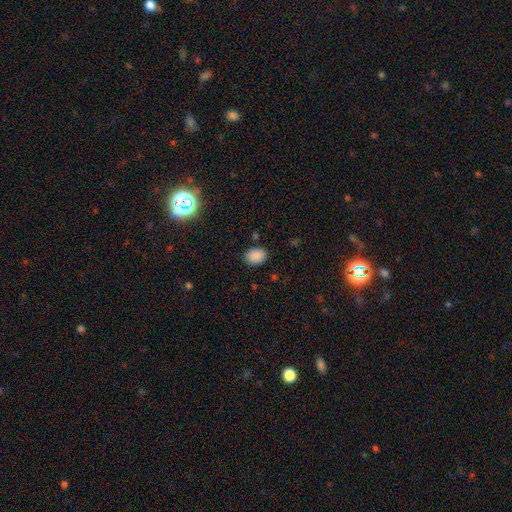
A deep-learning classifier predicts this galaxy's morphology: A smooth galaxy with no disk features (86%) that is in between round and cigar-shaped (68%).

Vote fractions:
- Smooth or featured? smooth: 86% / star or artifact: 10% / featured or disk: 3%
- How rounded? in between: 68% / round: 31% / cigar-shaped: 1%
- Merging? none: 83% / minor disturbance: 12% / major disturbance: 3% / merger: 2%